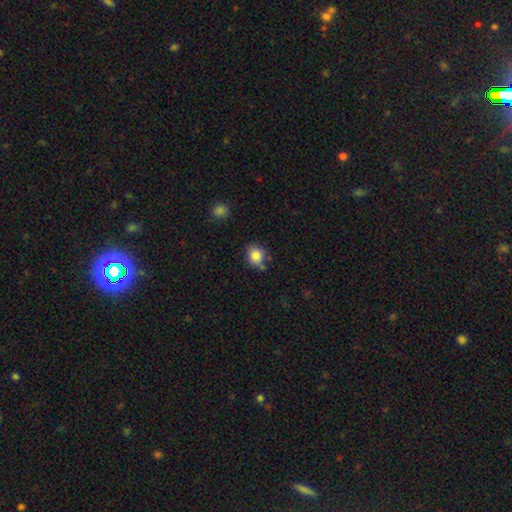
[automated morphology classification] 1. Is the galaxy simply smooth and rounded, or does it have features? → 85% smooth, 10% star or artifact, 5% featured or disk.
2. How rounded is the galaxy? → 79% round, 20% in between, 1% cigar-shaped.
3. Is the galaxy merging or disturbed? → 72% none, 16% minor disturbance, 8% merger, 4% major disturbance.